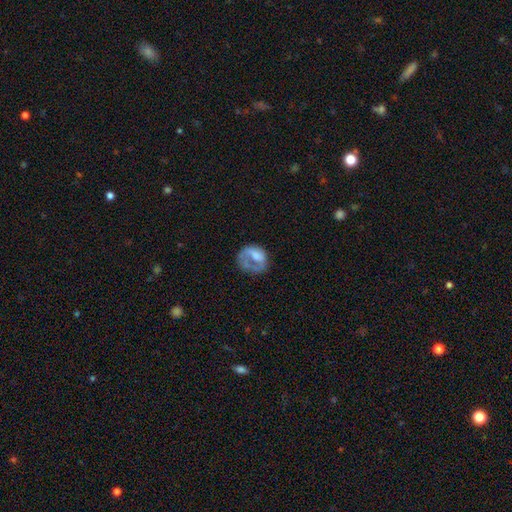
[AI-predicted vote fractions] A smooth galaxy with no disk features (53%) that is round (61%). Merging: major disturbance (38%).